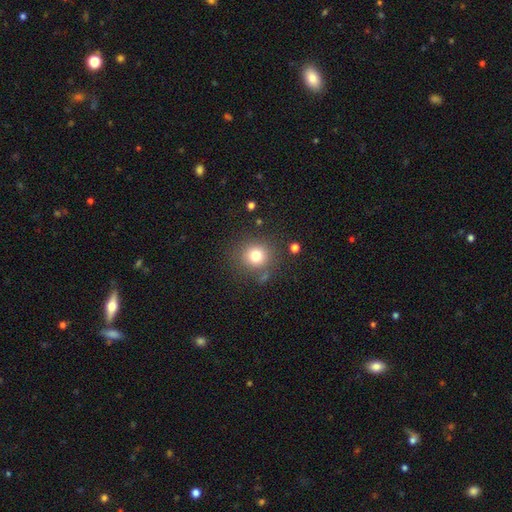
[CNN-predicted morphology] smooth 78%, star or artifact 13%, featured or disk 8%. Down the decision tree: how rounded — round (87%); merging — none (79%).